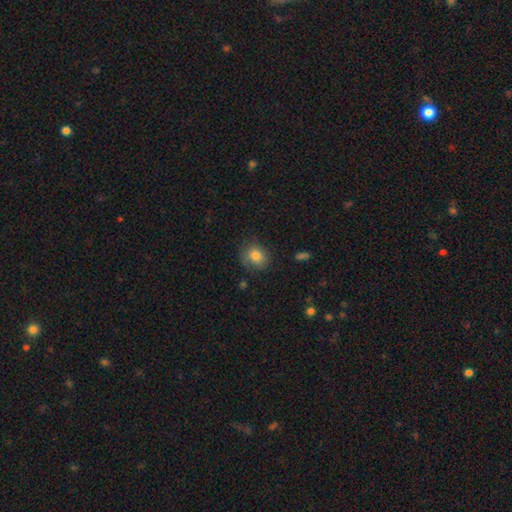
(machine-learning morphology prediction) This is clearly a smooth galaxy (81%). How rounded: likely round (72%). Merging: likely none (75%).